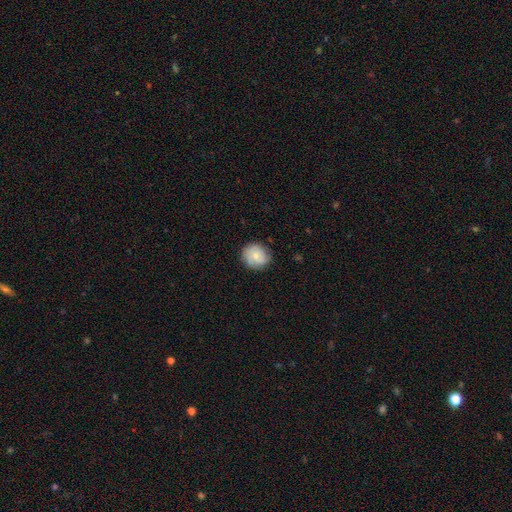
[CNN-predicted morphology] smooth-or-featured: smooth: 66% | featured or disk: 26% | star or artifact: 7%
  how-rounded: round: 85% | in between: 14% | cigar-shaped: 1%
  merging: none: 79% | minor disturbance: 16% | major disturbance: 3% | merger: 1%